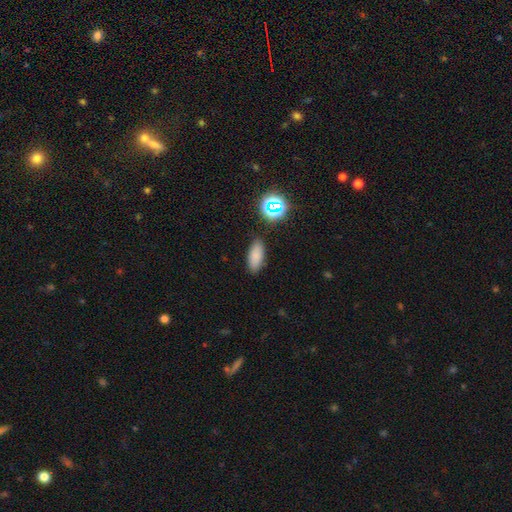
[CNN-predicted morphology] Overall: smooth (80%). How rounded: in between (80%). Merging: none (85%).